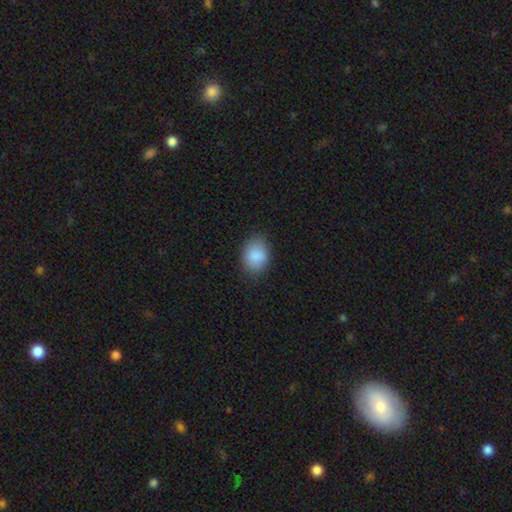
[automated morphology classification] A smooth galaxy with no disk features (88%) that is in between round and cigar-shaped (64%). Merging: none (82%).